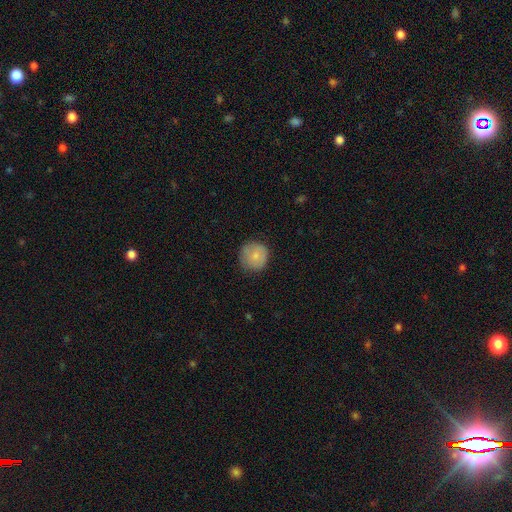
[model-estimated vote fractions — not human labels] Smooth or featured?
  - smooth: 80% *
  - featured or disk: 12%
  - star or artifact: 8%
How rounded?
  - round: 93% *
  - in between: 6%
  - cigar-shaped: 1%
Merging?
  - none: 80% *
  - minor disturbance: 16%
  - major disturbance: 3%
  - merger: 1%